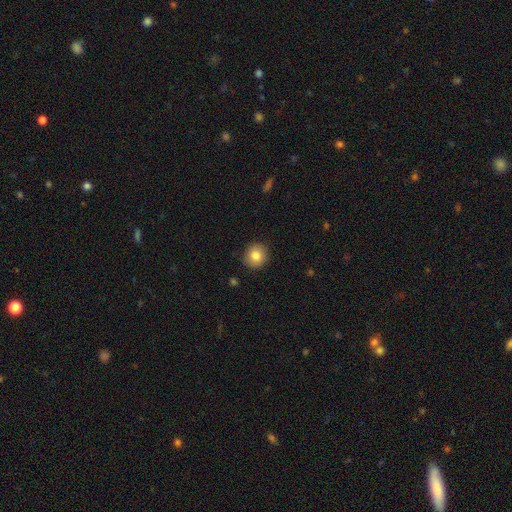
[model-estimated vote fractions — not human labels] The model was most divided on "smooth or featured": smooth: 84%, star or artifact: 9%, featured or disk: 7%. More confident: merging — none (89%); how rounded — round (89%).